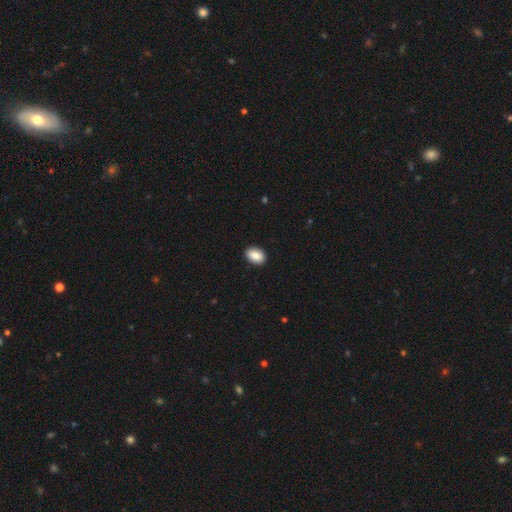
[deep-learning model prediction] smooth-or-featured: smooth: 87% | star or artifact: 7% | featured or disk: 5%
  how-rounded: in between: 84% | round: 15% | cigar-shaped: 1%
  merging: none: 91% | minor disturbance: 7% | major disturbance: 2% | merger: 1%